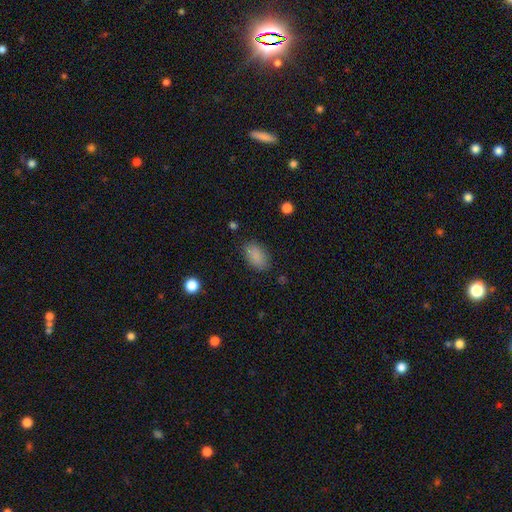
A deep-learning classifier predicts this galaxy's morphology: Smooth or featured? smooth (86%)
How rounded? in between (91%)
Merging? none (80%)